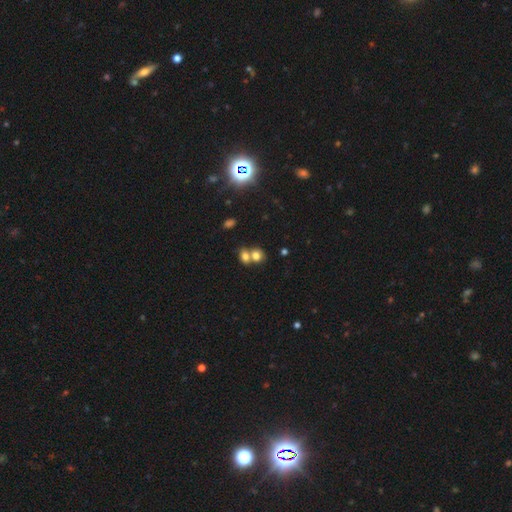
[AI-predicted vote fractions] A smooth galaxy with no disk features (74%) that is round (60%). Merging: merger (59%).